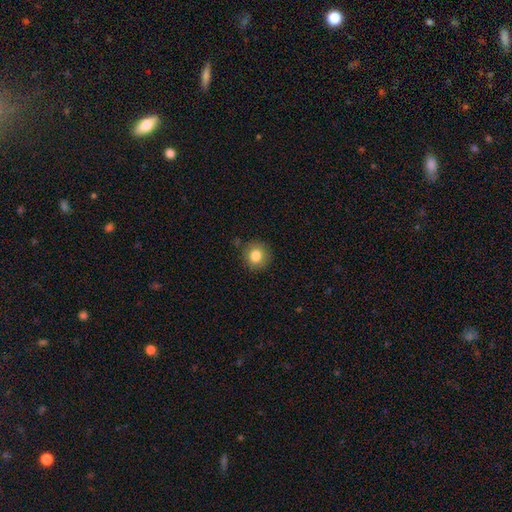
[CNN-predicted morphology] smooth_or_featured: smooth (p=0.83) [alt: star or artifact p=0.10]
how_rounded: round (p=0.91) [alt: in between p=0.08]
merging: none (p=0.87) [alt: minor disturbance p=0.09]